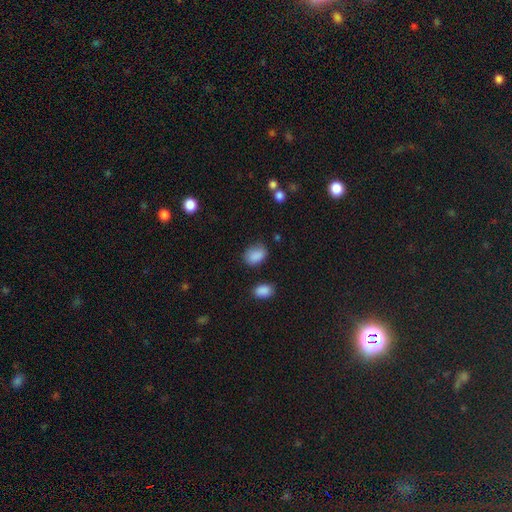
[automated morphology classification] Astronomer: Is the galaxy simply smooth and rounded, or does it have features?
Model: smooth — 87%.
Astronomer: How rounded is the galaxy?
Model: in between — 77%.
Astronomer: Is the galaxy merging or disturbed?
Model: none — 71%.